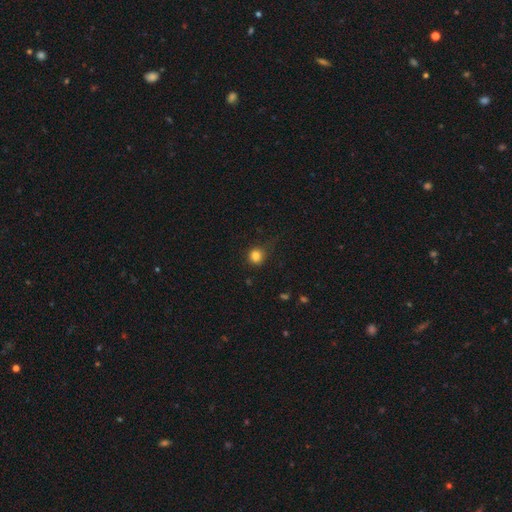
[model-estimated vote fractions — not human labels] The model was most divided on "merging": none: 74%, minor disturbance: 18%, major disturbance: 6%, merger: 2%. More confident: how rounded — round (88%); smooth or featured — smooth (82%).